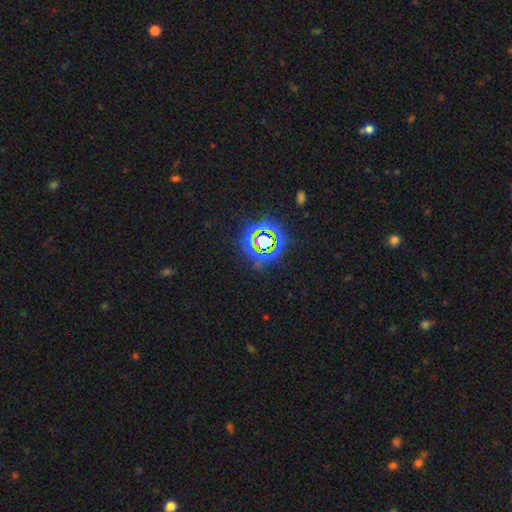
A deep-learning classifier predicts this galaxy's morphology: Smooth or featured?
  - star or artifact: 57% *
  - smooth: 30%
  - featured or disk: 12%